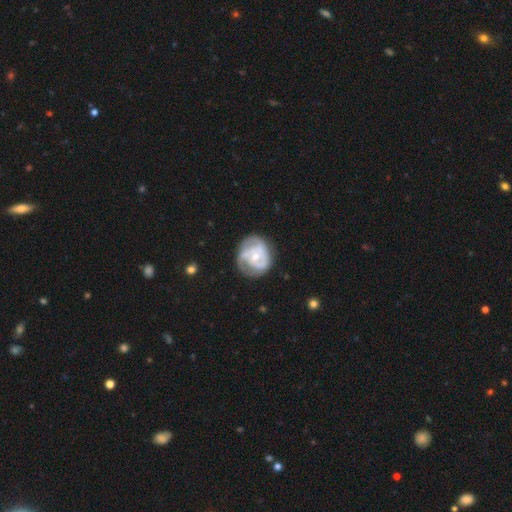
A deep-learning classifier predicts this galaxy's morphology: The model was most divided on "bulge size": small: 49%, moderate: 46%, large: 2%, none: 2%, dominant: 1%. Remaining: edge-on disk — no (98%); spiral arms — yes (81%); smooth or featured — featured or disk (74%); bar — no (64%); merging — none (55%); spiral winding — tight (49%); spiral arm count — 2 (34%).